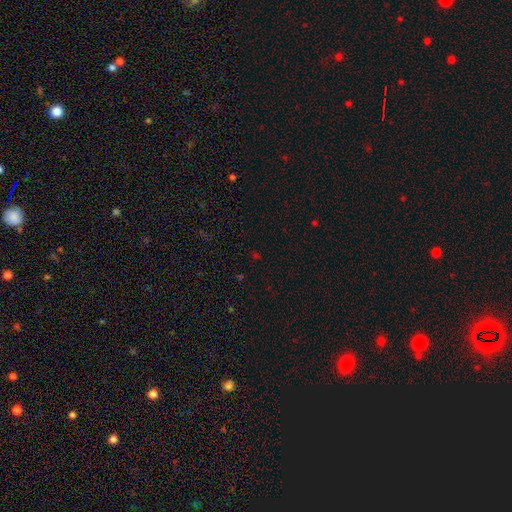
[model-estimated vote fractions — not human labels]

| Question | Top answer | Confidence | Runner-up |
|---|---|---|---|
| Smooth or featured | star or artifact | 63% | smooth (29%) |